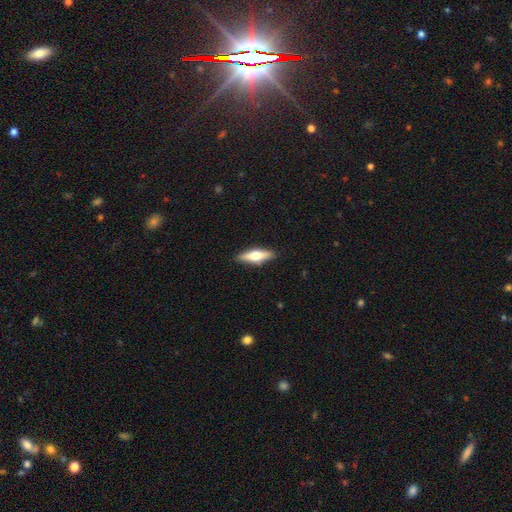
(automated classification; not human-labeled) featured or disk 48%, smooth 46%, star or artifact 6%. Down the decision tree: merging — none (89%).